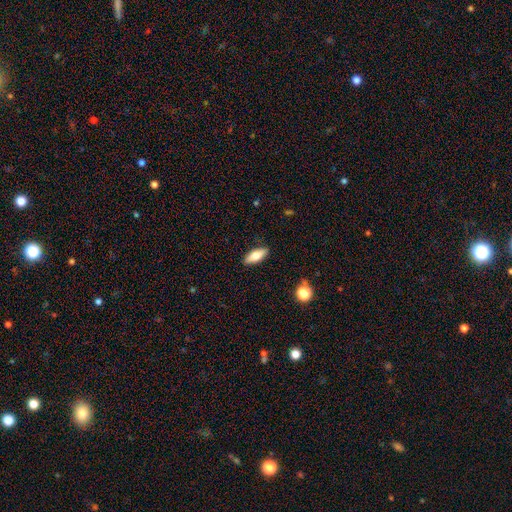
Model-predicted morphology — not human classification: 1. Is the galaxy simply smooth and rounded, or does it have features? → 70% smooth, 23% featured or disk, 7% star or artifact.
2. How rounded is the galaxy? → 70% in between, 28% cigar-shaped, 3% round.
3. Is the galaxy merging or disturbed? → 88% none, 9% minor disturbance, 2% major disturbance, 1% merger.